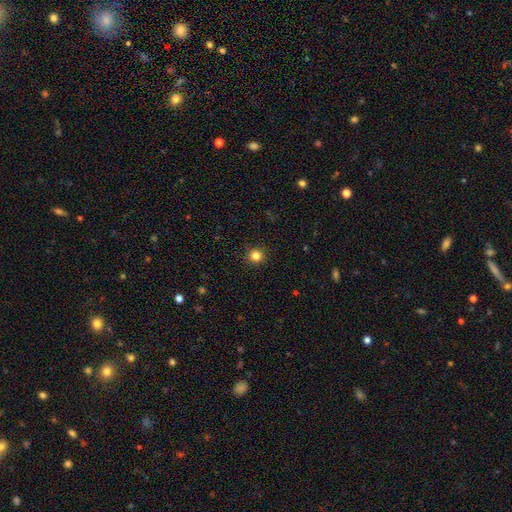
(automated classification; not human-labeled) Q: Smooth or featured?
A: smooth (83%); runner-up: star or artifact (13%)
Q: How rounded?
A: round (94%); runner-up: in between (5%)
Q: Merging?
A: none (92%); runner-up: minor disturbance (5%)